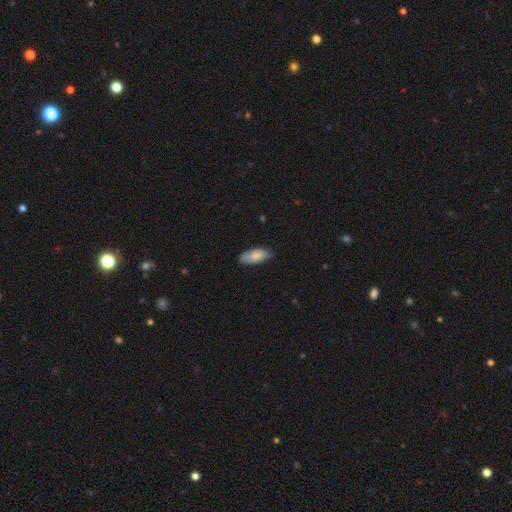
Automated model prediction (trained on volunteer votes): smooth_or_featured: smooth (p=0.82) [alt: featured or disk p=0.12]
how_rounded: in between (p=0.86) [alt: cigar-shaped p=0.12]
merging: none (p=0.71) [alt: minor disturbance p=0.24]